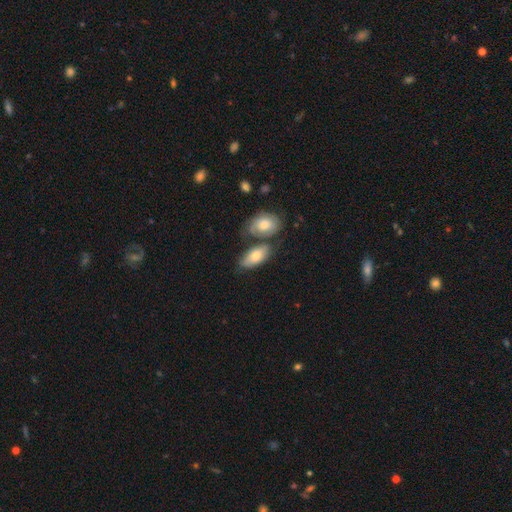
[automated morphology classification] Smooth or featured? smooth (68%)
How rounded? in between (89%)
Merging? none (43%)